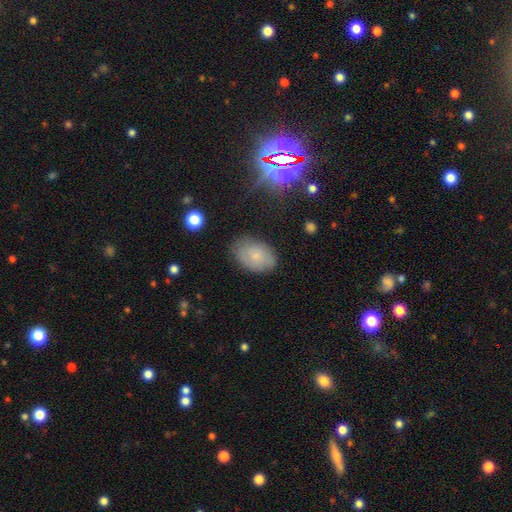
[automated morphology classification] Smooth or featured?
  - smooth: 72% *
  - featured or disk: 16%
  - star or artifact: 11%
How rounded?
  - in between: 87% *
  - round: 12%
  - cigar-shaped: 1%
Merging?
  - none: 79% *
  - minor disturbance: 16%
  - major disturbance: 4%
  - merger: 1%